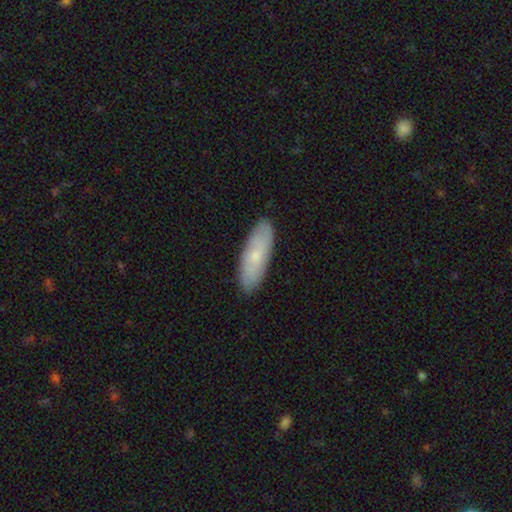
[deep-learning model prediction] Smooth or featured? smooth (64%)
How rounded? in between (60%)
Merging? none (88%)